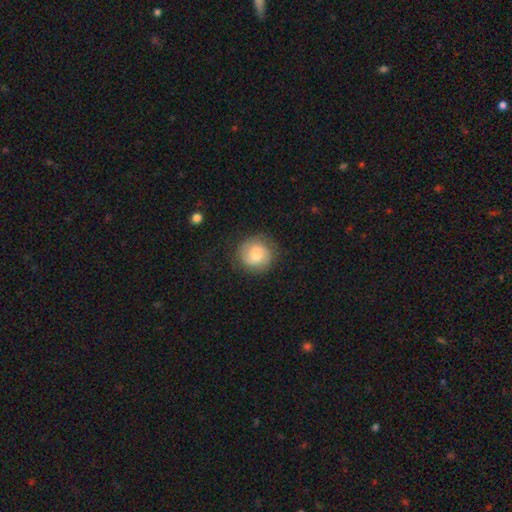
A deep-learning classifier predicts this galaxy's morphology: smooth_or_featured: smooth (p=0.53) [alt: featured or disk p=0.39]
how_rounded: round (p=0.90) [alt: in between p=0.09]
merging: none (p=0.81) [alt: minor disturbance p=0.13]